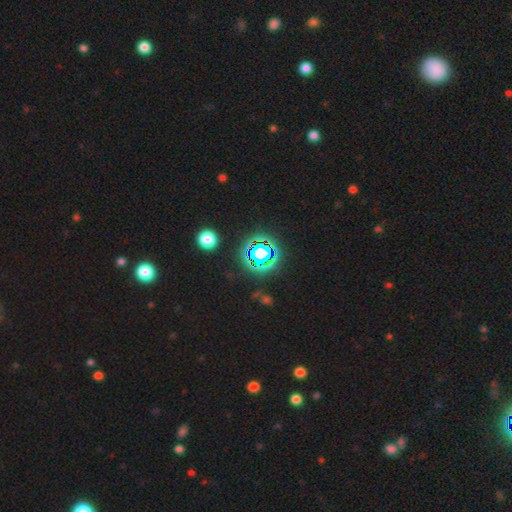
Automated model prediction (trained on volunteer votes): This appears to be a star or artifact, not a galaxy (78%).